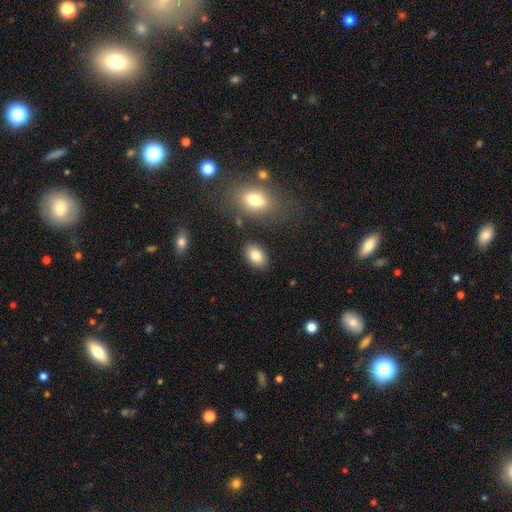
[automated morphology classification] smooth_or_featured: smooth (p=0.83) [alt: featured or disk p=0.09]
how_rounded: in between (p=0.87) [alt: round p=0.12]
merging: none (p=0.85) [alt: minor disturbance p=0.09]